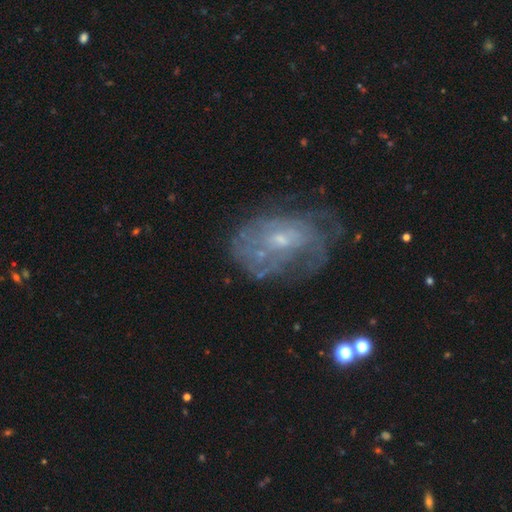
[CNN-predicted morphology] featured or disk 69%, smooth 17%, star or artifact 13%. Down the decision tree: edge-on disk — no (96%); bar — no (60%); spiral arms — yes (71%); bulge size — small (69%); merging — none (57%).